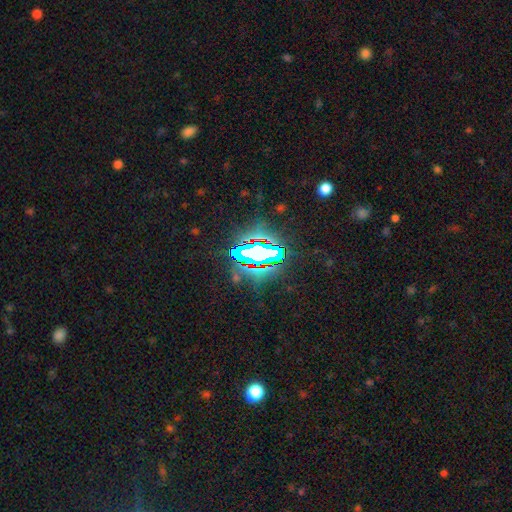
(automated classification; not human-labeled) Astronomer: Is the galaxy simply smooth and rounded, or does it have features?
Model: star or artifact — 72%.